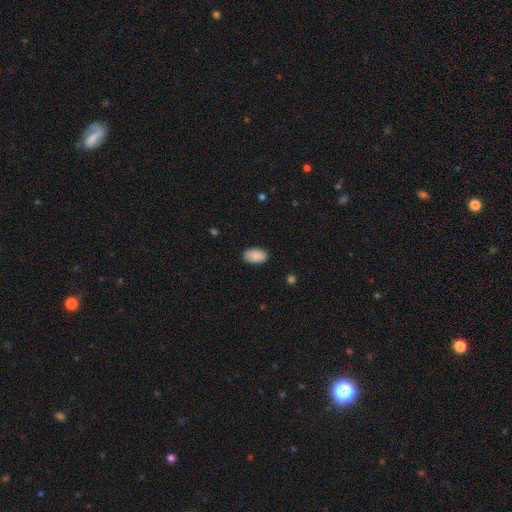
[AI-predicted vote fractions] Q: Smooth or featured?
A: smooth (90%); runner-up: star or artifact (7%)
Q: How rounded?
A: in between (93%); runner-up: round (6%)
Q: Merging?
A: none (87%); runner-up: minor disturbance (10%)